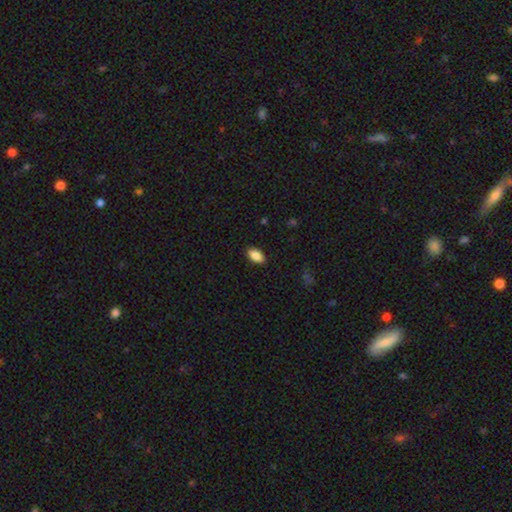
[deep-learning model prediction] A smooth galaxy with no disk features (88%) that is in between round and cigar-shaped (93%).

Vote fractions:
- Smooth or featured? smooth: 88% / star or artifact: 7% / featured or disk: 5%
- How rounded? in between: 93% / round: 4% / cigar-shaped: 3%
- Merging? none: 89% / minor disturbance: 8% / major disturbance: 2% / merger: 1%